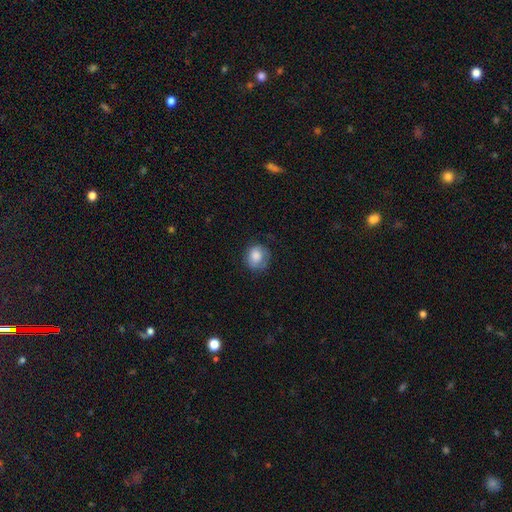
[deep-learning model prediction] A smooth galaxy with no disk features (76%) that is round (70%). Merging: none (62%).